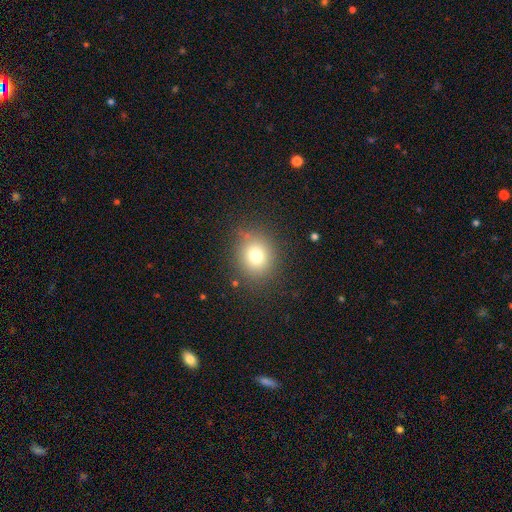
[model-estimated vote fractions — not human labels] smooth-or-featured: smooth: 76% | star or artifact: 14% | featured or disk: 10%
  how-rounded: round: 78% | in between: 21% | cigar-shaped: 1%
  merging: none: 84% | minor disturbance: 10% | major disturbance: 4% | merger: 2%